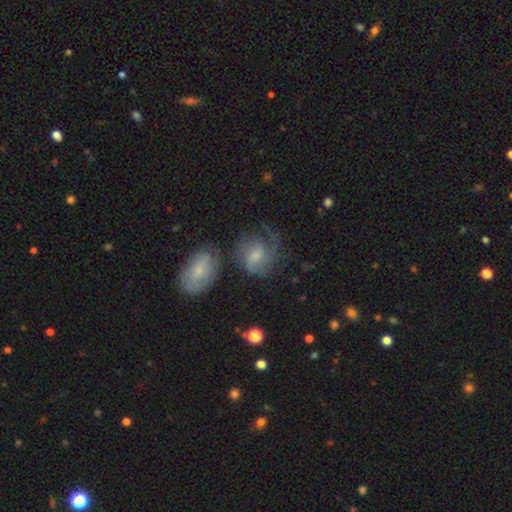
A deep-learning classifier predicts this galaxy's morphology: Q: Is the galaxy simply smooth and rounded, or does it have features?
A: featured or disk — 61%.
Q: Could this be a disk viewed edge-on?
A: no — 97%.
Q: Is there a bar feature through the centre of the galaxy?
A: no — 47%.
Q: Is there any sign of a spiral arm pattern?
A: yes — 88%.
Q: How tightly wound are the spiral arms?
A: medium — 45%.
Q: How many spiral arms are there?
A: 2 — 43%.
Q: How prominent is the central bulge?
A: moderate — 37%.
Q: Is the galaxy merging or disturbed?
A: none — 46%.